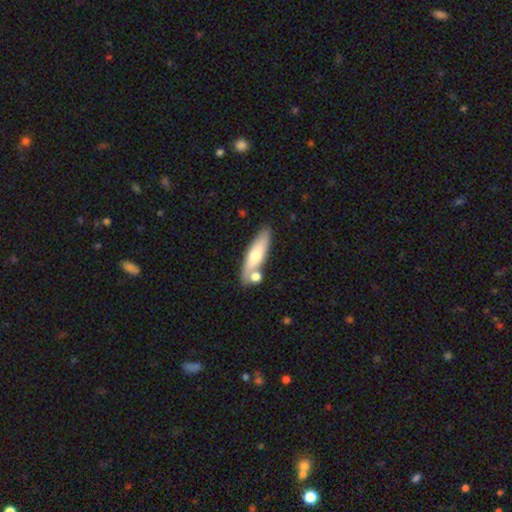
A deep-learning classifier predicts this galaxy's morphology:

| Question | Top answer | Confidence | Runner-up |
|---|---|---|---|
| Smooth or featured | smooth | 60% | featured or disk (35%) |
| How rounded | cigar-shaped | 61% | in between (36%) |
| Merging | none | 66% | merger (18%) |